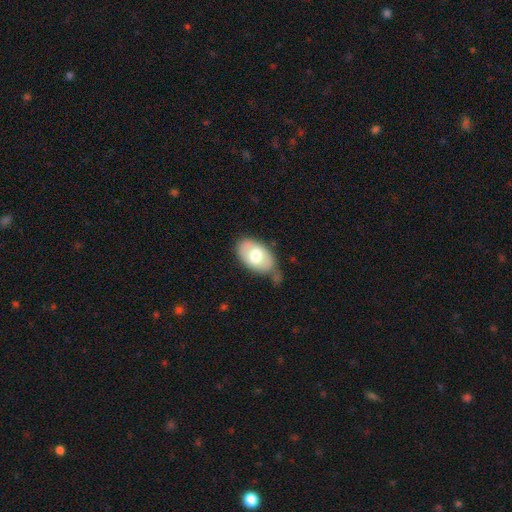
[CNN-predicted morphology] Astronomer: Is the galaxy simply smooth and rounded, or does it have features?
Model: smooth — 70%.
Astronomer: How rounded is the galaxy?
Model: in between — 92%.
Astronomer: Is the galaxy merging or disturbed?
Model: none — 48% (runner-up: minor disturbance, 32%).